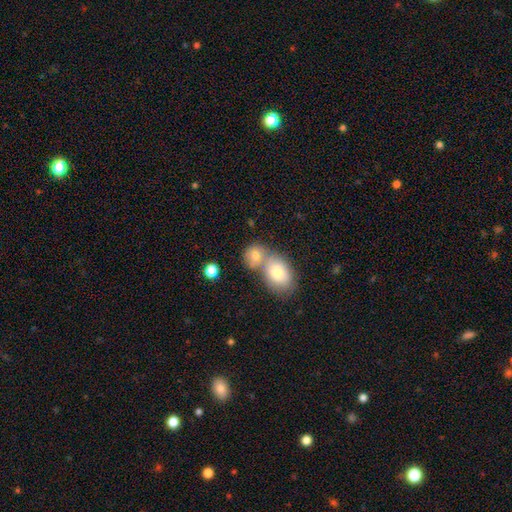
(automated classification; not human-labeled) Morphology: type=smooth (78%); roundness=round (52%); merging=merger (60%).